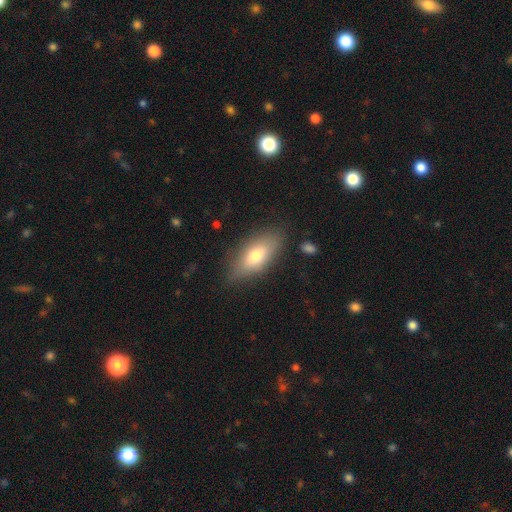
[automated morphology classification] Smooth or featured: smooth — 69% (featured or disk — 24%)
How rounded: in between — 77% (cigar-shaped — 20%)
Merging: none — 80% (minor disturbance — 14%)